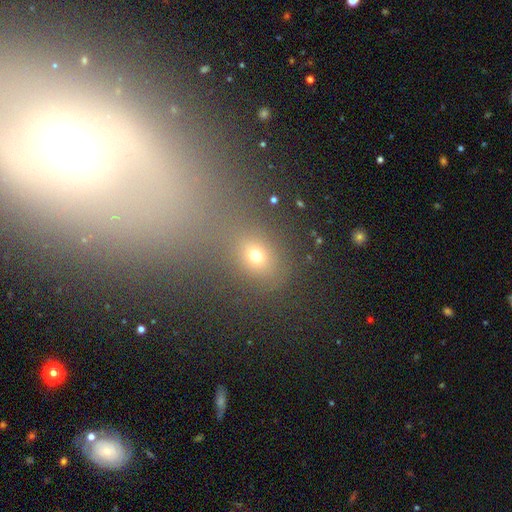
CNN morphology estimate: Overall: smooth (64%; star or artifact 25%). How rounded: round (53%; in between 44%). Merging: none (72%).